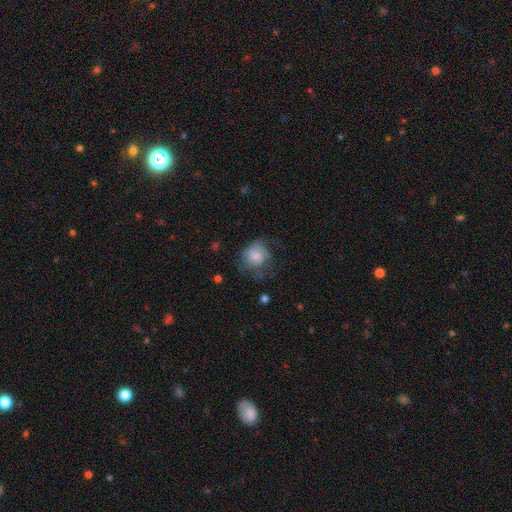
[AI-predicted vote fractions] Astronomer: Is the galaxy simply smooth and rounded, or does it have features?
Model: smooth — 59%.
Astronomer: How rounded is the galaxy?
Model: round — 71%.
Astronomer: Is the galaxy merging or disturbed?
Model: none — 43% (runner-up: minor disturbance, 28%).